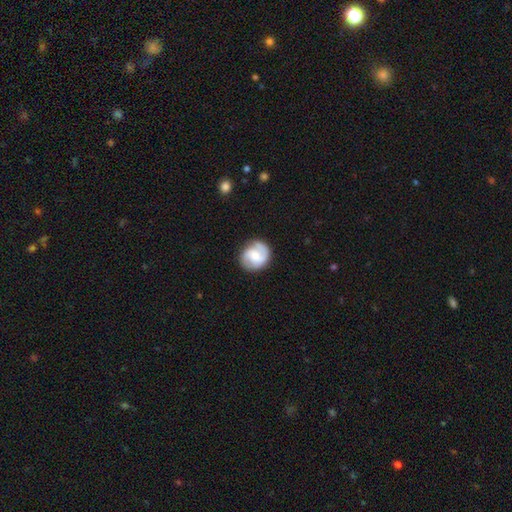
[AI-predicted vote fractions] The model was most divided on "bar" (2-way tie): no: 44%, weak: 44%, strong: 12%. Remaining: edge-on disk — no (98%); spiral arms — yes (93%); merging — none (81%); spiral arm count — 2 (81%); smooth or featured — featured or disk (68%); bulge size — moderate (47%); spiral winding — medium (47%).